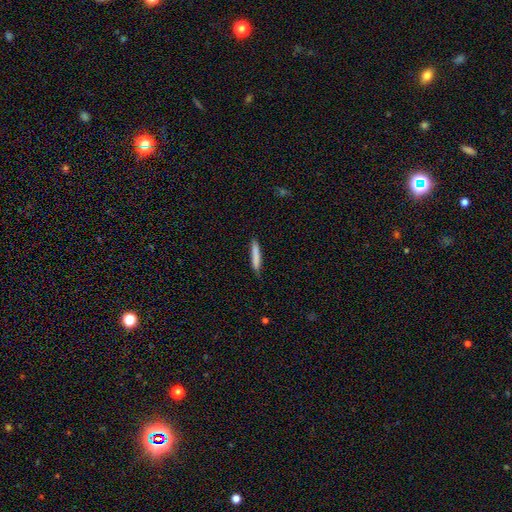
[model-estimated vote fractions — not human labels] smooth-or-featured: smooth: 82% | featured or disk: 12% | star or artifact: 6%
  how-rounded: cigar-shaped: 93% | in between: 6% | round: 1%
  merging: none: 83% | minor disturbance: 13% | major disturbance: 2% | merger: 1%